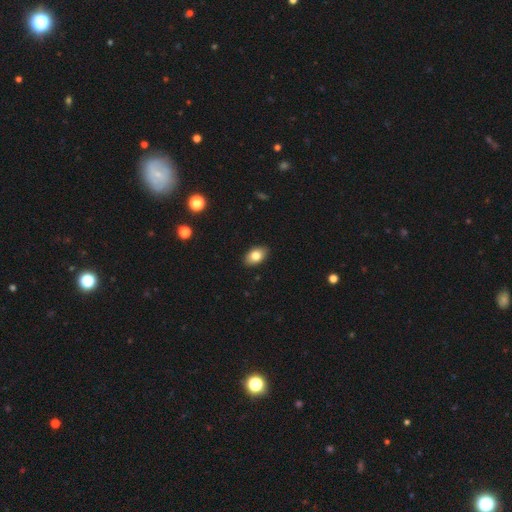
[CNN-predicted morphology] This is clearly a smooth galaxy (81%). How rounded: clearly in between (89%). Merging: clearly none (89%).